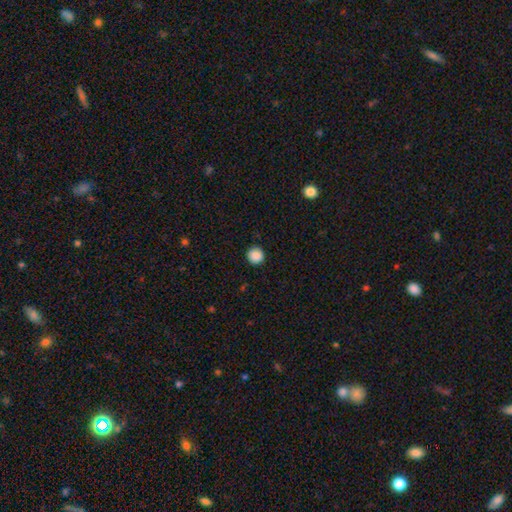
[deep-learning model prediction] This is clearly a smooth galaxy (88%). How rounded: clearly round (95%). Merging: clearly none (92%).